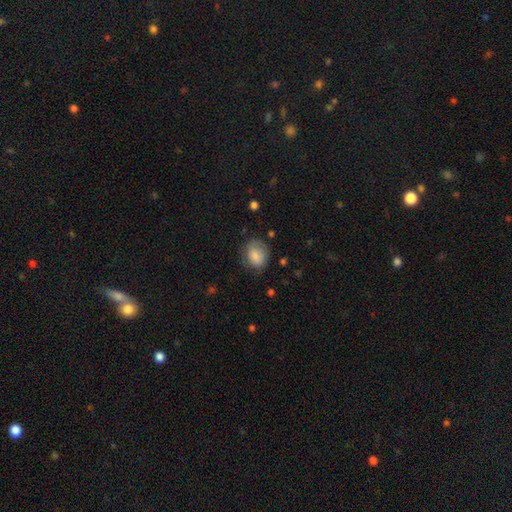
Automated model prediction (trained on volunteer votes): Smooth or featured: smooth — 82% (featured or disk — 10%)
How rounded: round — 50% (in between — 49%)
Merging: none — 66% (minor disturbance — 24%)